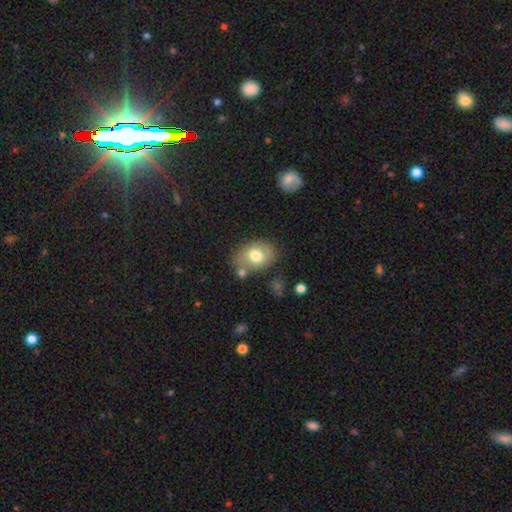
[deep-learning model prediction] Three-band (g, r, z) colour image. It shows a smooth galaxy with no disk features (71%) that is in between round and cigar-shaped (70%). Merging: none (66%).